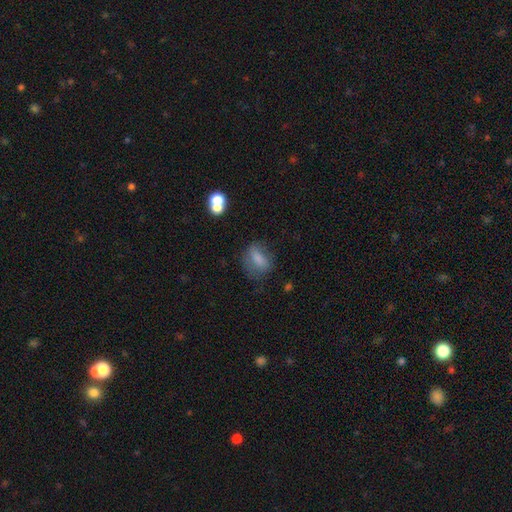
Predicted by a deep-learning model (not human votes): Smooth or featured? Predicted: smooth (p=0.66). How rounded? Predicted: in between (p=0.70). Merging? Predicted: none (p=0.61).